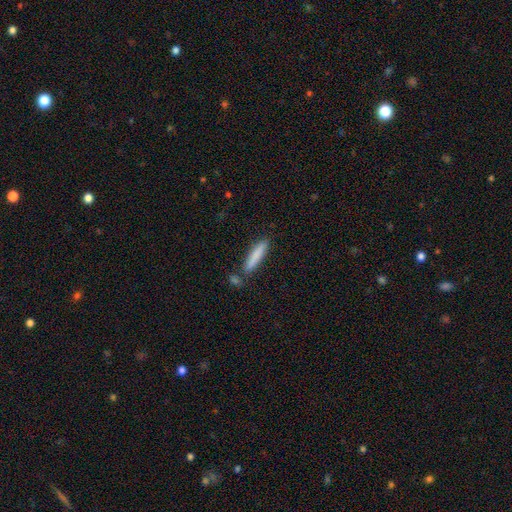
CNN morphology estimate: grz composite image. It shows a smooth galaxy with no disk features (81%) that is cigar-shaped (89%). Merging: none (81%).